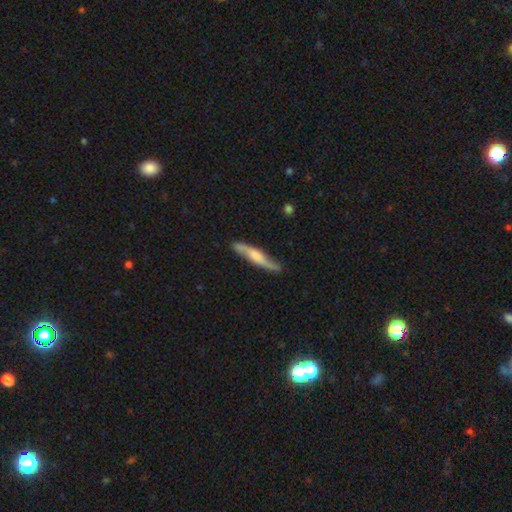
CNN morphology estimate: Smooth or featured: featured or disk — 62% (smooth — 33%)
Edge-on disk: yes — 59% (no — 41%)
Merging: none — 82% (minor disturbance — 14%)